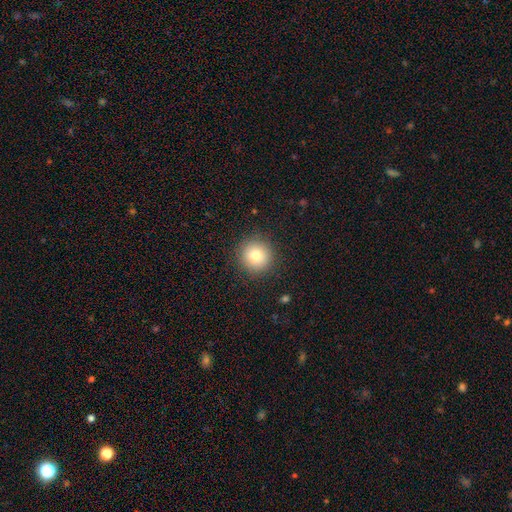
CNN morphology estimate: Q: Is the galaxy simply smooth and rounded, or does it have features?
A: smooth — 79%.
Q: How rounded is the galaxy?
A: round — 95%.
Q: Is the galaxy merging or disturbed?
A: none — 91%.